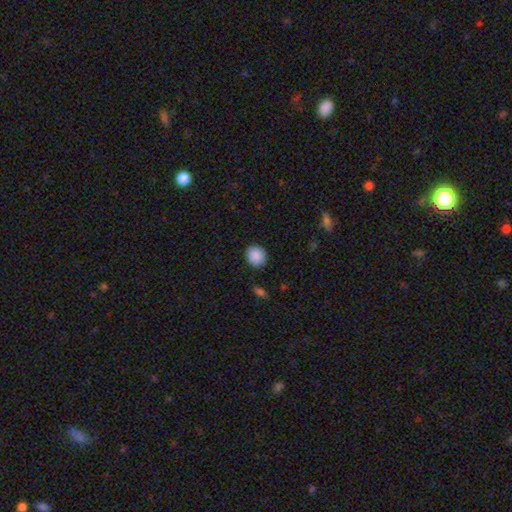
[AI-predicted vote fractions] Smooth or featured?
  - smooth: 89% *
  - star or artifact: 8%
  - featured or disk: 3%
How rounded?
  - round: 80% *
  - in between: 19%
  - cigar-shaped: 1%
Merging?
  - none: 89% *
  - minor disturbance: 8%
  - major disturbance: 2%
  - merger: 1%